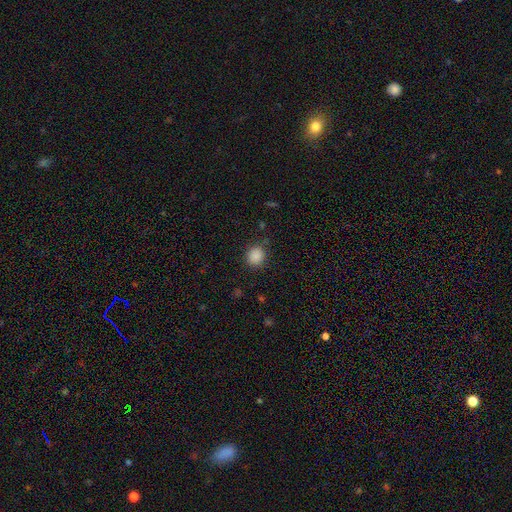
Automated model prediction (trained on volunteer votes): Smooth or featured? smooth (87%)
How rounded? round (77%)
Merging? none (83%)